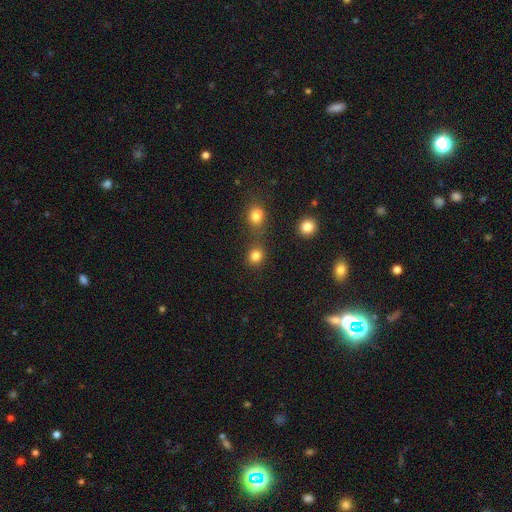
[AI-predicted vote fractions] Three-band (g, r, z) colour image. It shows a smooth galaxy with no disk features (82%) that is round (86%). Merging: none (67%).